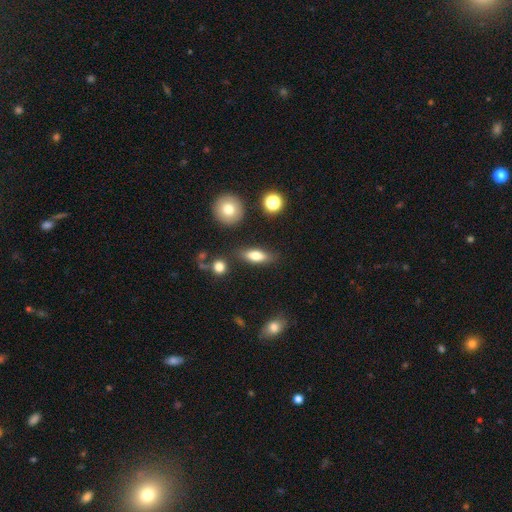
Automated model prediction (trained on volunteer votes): smooth_or_featured: smooth (p=0.74) [alt: featured or disk p=0.18]
how_rounded: in between (p=0.69) [alt: cigar-shaped p=0.27]
merging: none (p=0.81) [alt: minor disturbance p=0.12]